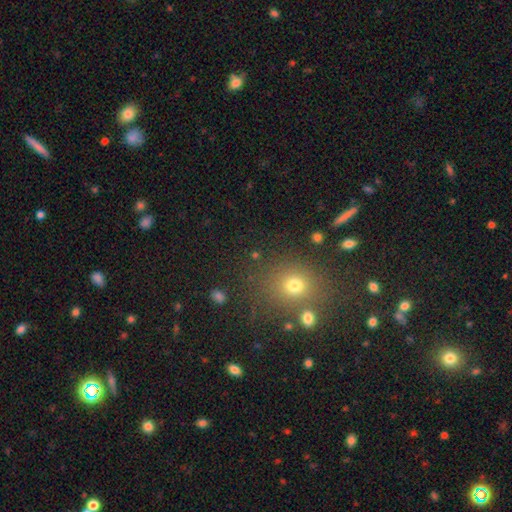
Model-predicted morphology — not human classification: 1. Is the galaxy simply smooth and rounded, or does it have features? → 59% smooth, 30% star or artifact, 11% featured or disk.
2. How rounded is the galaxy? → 76% round, 22% in between, 2% cigar-shaped.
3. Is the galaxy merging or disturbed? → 78% none, 9% minor disturbance, 7% merger, 5% major disturbance.